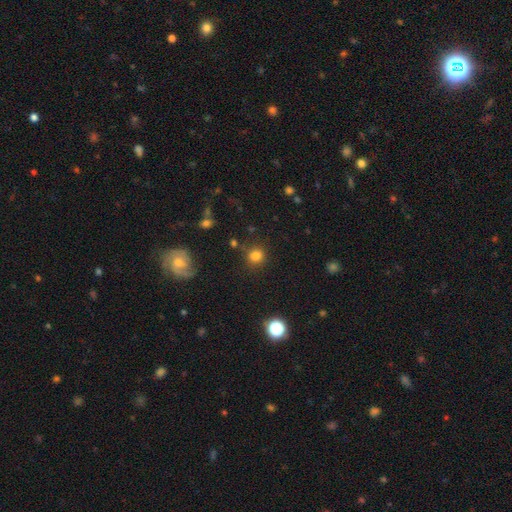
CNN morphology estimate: Q: Smooth or featured?
A: smooth (81%); runner-up: star or artifact (14%)
Q: How rounded?
A: round (89%); runner-up: in between (10%)
Q: Merging?
A: none (84%); runner-up: minor disturbance (9%)